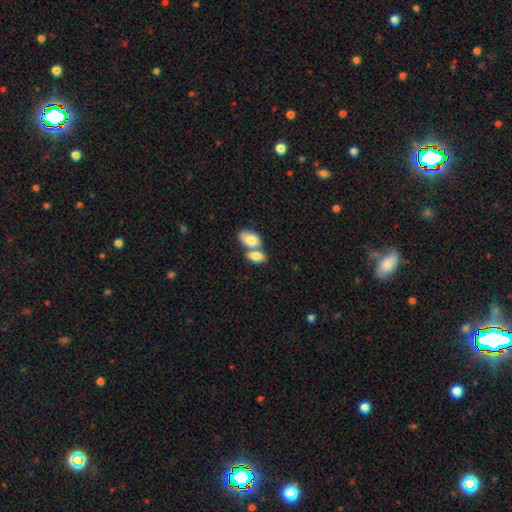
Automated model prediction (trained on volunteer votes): The model was most divided on "merging": merger: 62%, none: 27%, minor disturbance: 8%, major disturbance: 3%. More confident: how rounded — in between (90%); smooth or featured — smooth (81%).